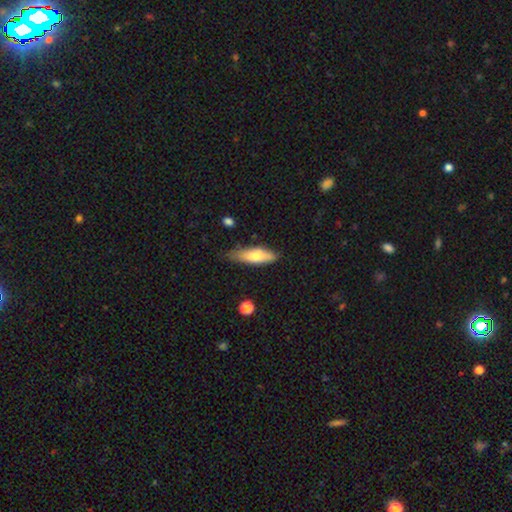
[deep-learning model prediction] Smooth or featured? Predicted: smooth (p=0.69). How rounded? Predicted: in between (p=0.50). Merging? Predicted: none (p=0.72).